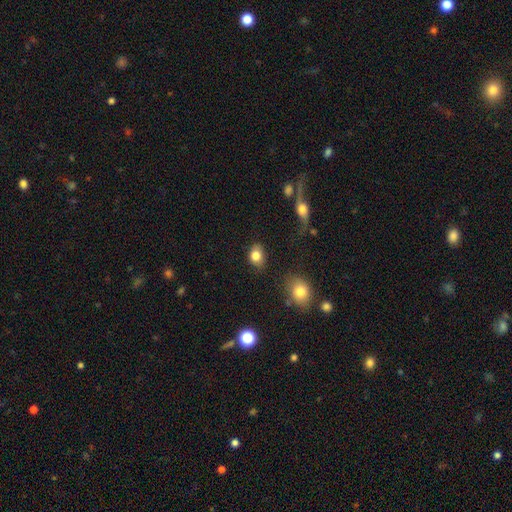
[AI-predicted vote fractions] The model was most divided on "how rounded": in between: 61%, round: 37%, cigar-shaped: 1%. More confident: smooth or featured — smooth (82%); merging — none (79%).